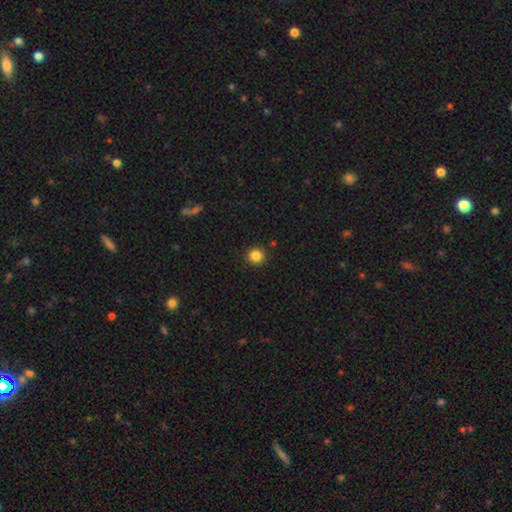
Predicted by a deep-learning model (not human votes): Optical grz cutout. It shows a smooth galaxy with no disk features (85%) that is round (93%). Merging: none (91%).